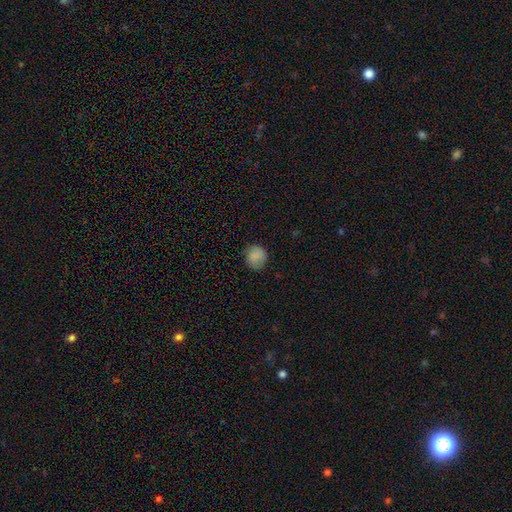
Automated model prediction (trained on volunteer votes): Overall: smooth (84%). How rounded: round (85%). Merging: none (81%).